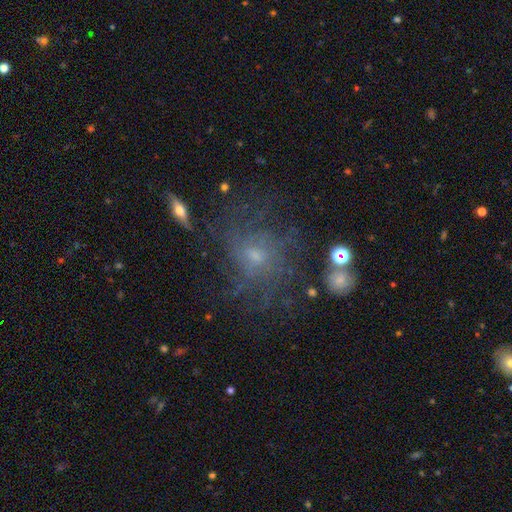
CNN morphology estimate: Q: Smooth or featured?
A: featured or disk (58%); runner-up: smooth (23%)
Q: Edge-on disk?
A: no (95%); runner-up: yes (5%)
Q: Bar?
A: no (74%); runner-up: weak (23%)
Q: Spiral arms?
A: yes (71%); runner-up: no (29%)
Q: Bulge size?
A: small (57%); runner-up: moderate (32%)
Q: Merging?
A: none (62%); runner-up: major disturbance (18%)